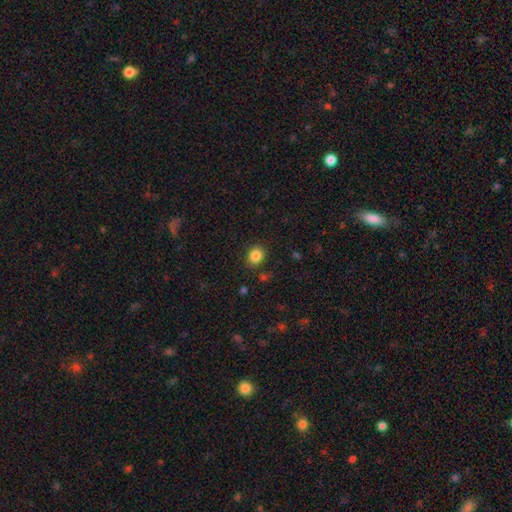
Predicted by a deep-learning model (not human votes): Smooth or featured?
  - smooth: 85% *
  - star or artifact: 11%
  - featured or disk: 5%
How rounded?
  - round: 71% *
  - in between: 28%
  - cigar-shaped: 1%
Merging?
  - none: 85% *
  - minor disturbance: 9%
  - major disturbance: 3%
  - merger: 2%